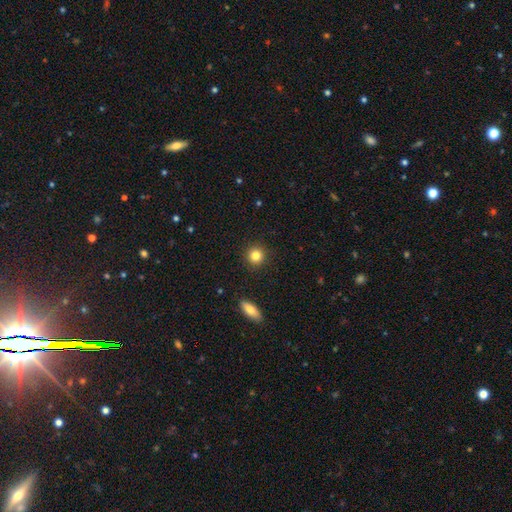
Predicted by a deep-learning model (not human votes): Morphology: type=smooth (83%); roundness=round (93%); merging=none (91%).